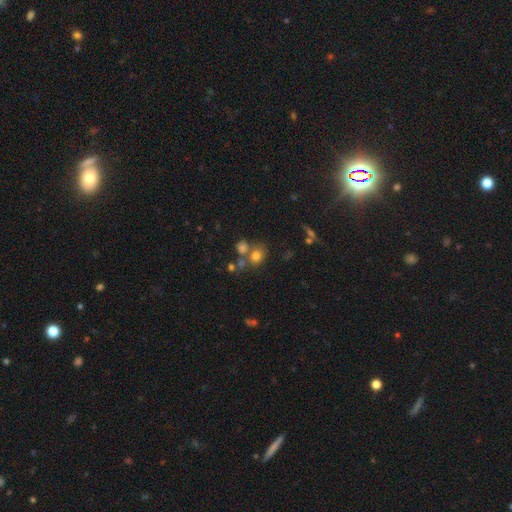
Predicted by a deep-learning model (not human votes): This is likely a smooth galaxy (72%). How rounded: likely round (74%). Merging: possibly none (56%).